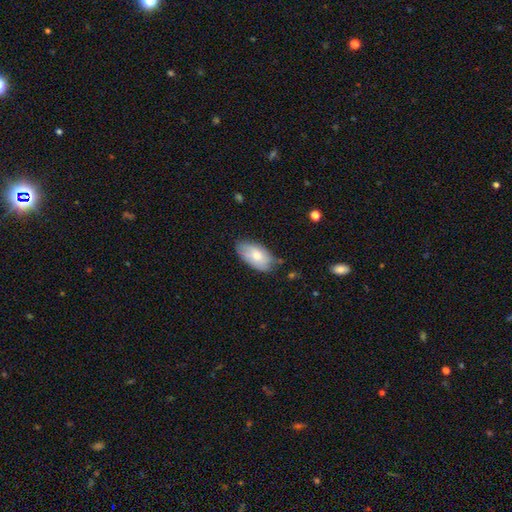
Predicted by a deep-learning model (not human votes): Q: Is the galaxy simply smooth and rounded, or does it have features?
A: smooth — 66%.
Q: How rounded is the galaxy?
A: in between — 94%.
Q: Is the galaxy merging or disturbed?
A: none — 63%.